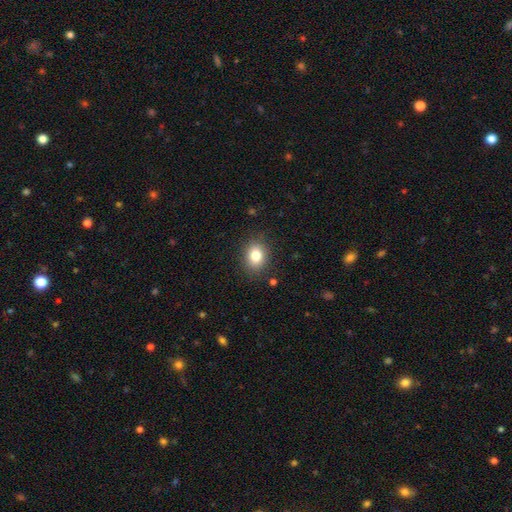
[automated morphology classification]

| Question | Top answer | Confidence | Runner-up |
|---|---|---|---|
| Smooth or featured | smooth | 82% | star or artifact (10%) |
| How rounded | in between | 58% | round (41%) |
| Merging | none | 86% | minor disturbance (10%) |